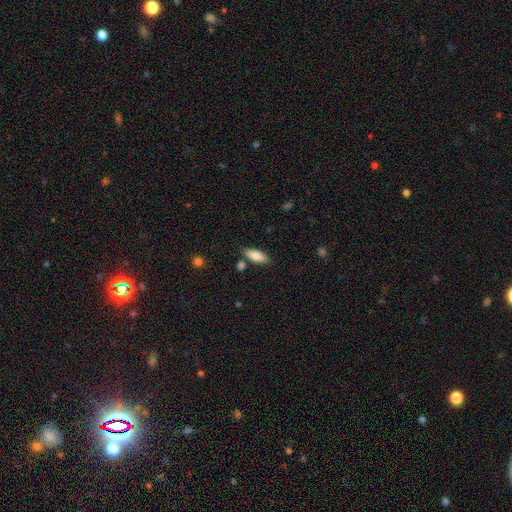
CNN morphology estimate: A smooth galaxy with no disk features (81%) that is in between round and cigar-shaped (75%).

Vote fractions:
- Smooth or featured? smooth: 81% / featured or disk: 13% / star or artifact: 6%
- How rounded? in between: 75% / cigar-shaped: 23% / round: 2%
- Merging? none: 79% / minor disturbance: 12% / merger: 6% / major disturbance: 3%